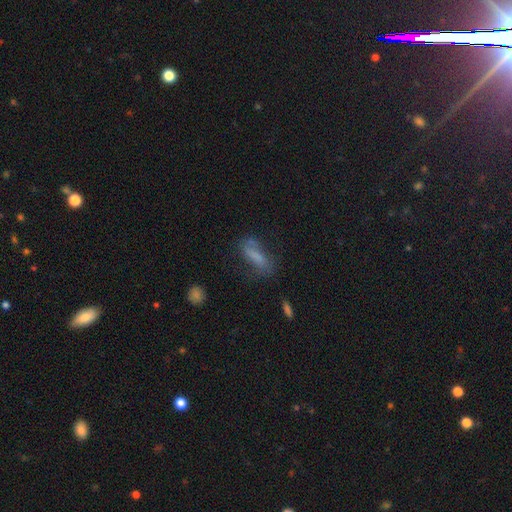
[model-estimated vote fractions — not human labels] This is likely a smooth galaxy (66%). How rounded: possibly in between (52%). Merging: possibly none (54%).